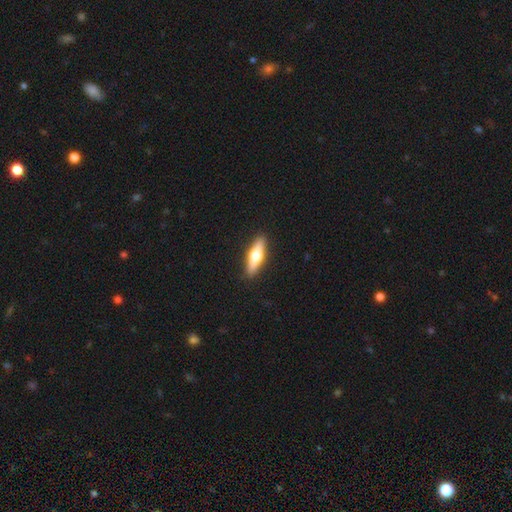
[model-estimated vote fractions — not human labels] This appears to be a smooth galaxy with no disk features (49%). Merging: none (91%).